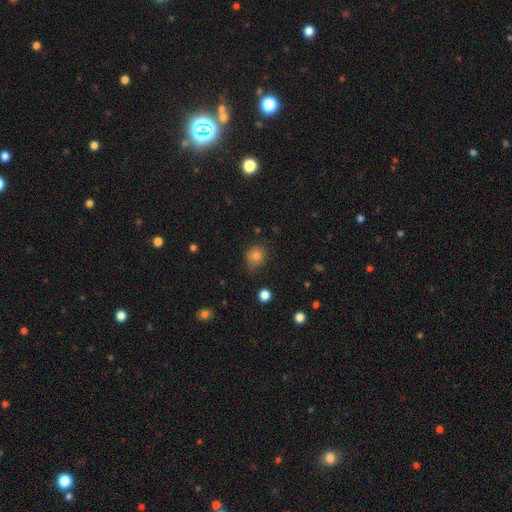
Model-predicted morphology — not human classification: smooth_or_featured: smooth (p=0.78) [alt: star or artifact p=0.13]
how_rounded: round (p=0.70) [alt: in between p=0.29]
merging: none (p=0.62) [alt: minor disturbance p=0.29]